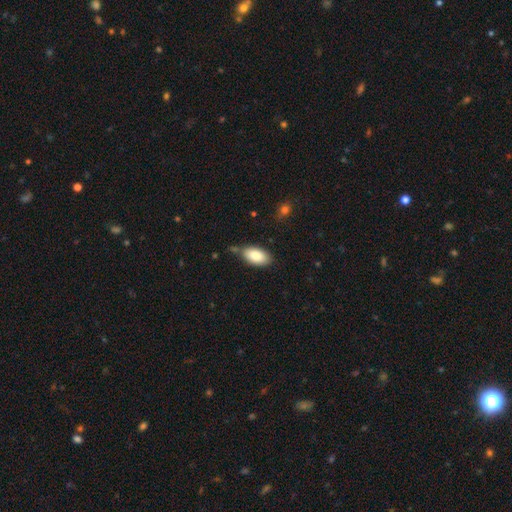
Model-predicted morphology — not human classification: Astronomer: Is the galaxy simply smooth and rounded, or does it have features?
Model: smooth — 86%.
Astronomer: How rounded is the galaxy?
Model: in between — 95%.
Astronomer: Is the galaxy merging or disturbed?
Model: none — 70%.